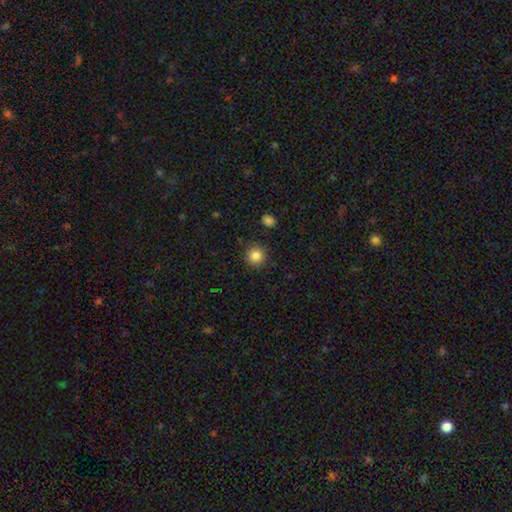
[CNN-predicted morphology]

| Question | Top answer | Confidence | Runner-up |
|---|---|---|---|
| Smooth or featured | smooth | 85% | star or artifact (11%) |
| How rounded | round | 94% | in between (5%) |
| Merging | none | 88% | minor disturbance (8%) |